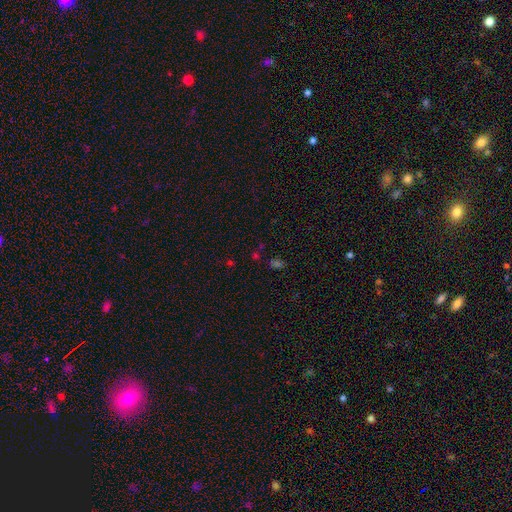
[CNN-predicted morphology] The model was most divided on "smooth or featured": smooth: 49%, star or artifact: 44%, featured or disk: 7%. More confident: merging — none (69%).